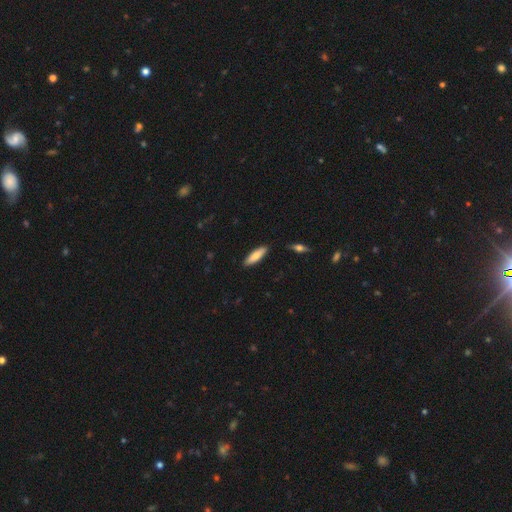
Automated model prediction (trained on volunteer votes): Overall: smooth (76%). How rounded: cigar-shaped (57%; in between 42%). Merging: none (88%).